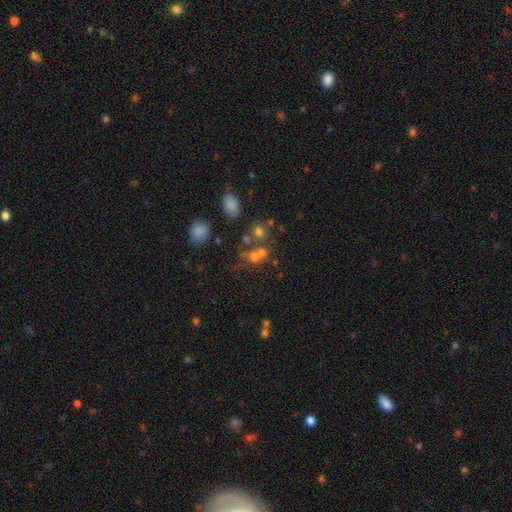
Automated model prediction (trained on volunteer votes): This appears to be a smooth galaxy with no disk features (52%) that is round (72%). Merging: merger (43%).